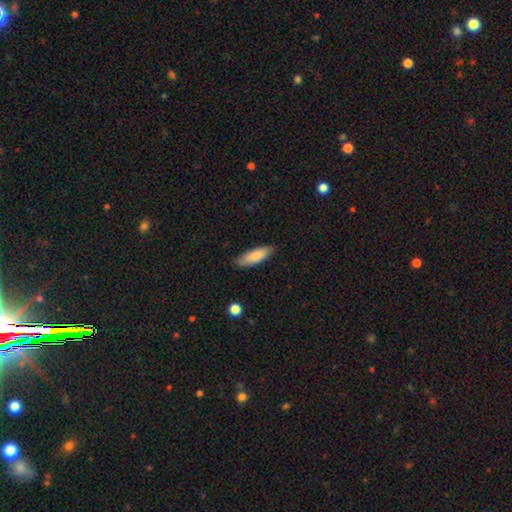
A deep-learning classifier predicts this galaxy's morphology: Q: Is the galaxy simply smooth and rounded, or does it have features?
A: smooth — 82%.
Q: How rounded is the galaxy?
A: in between — 55%.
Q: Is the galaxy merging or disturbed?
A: none — 83%.